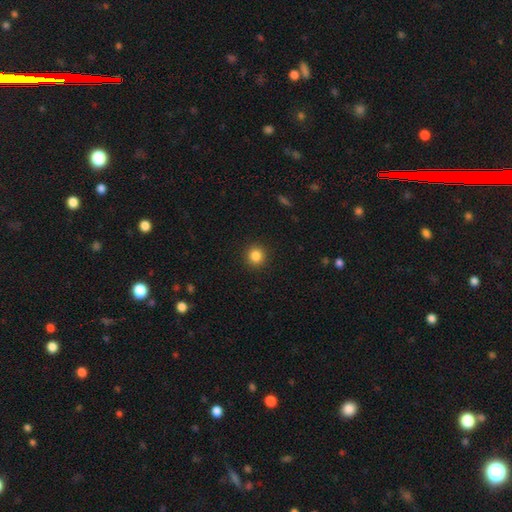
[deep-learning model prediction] Morphology: type=smooth (85%); roundness=round (93%); merging=none (92%).